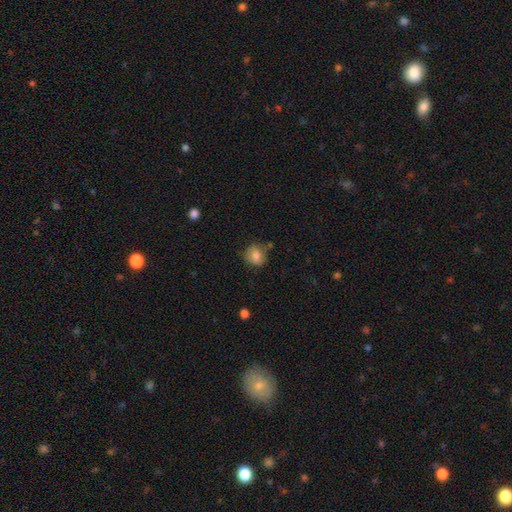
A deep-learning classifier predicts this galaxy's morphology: Smooth or featured? smooth (79%)
How rounded? round (78%)
Merging? none (73%)